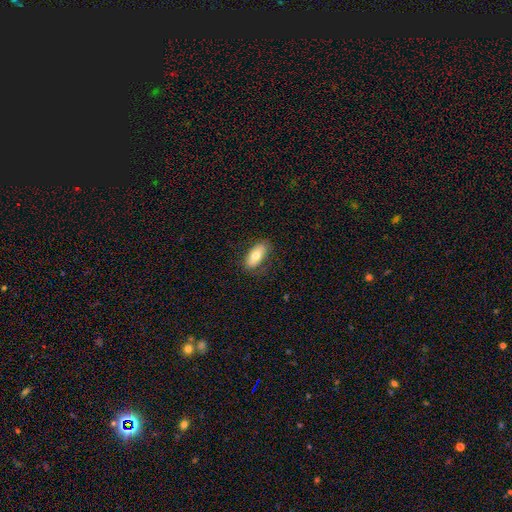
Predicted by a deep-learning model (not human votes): smooth_or_featured: smooth (p=0.71) [alt: featured or disk p=0.22]
how_rounded: in between (p=0.87) [alt: cigar-shaped p=0.10]
merging: none (p=0.79) [alt: minor disturbance p=0.16]